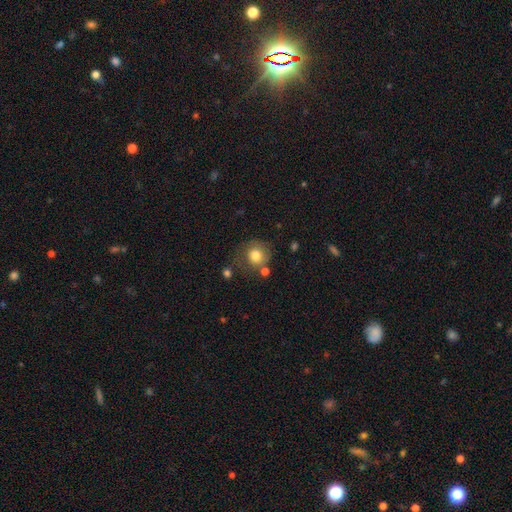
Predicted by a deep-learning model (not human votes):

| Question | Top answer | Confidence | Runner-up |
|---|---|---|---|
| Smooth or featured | smooth | 79% | featured or disk (12%) |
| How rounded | round | 88% | in between (11%) |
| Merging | none | 63% | minor disturbance (19%) |